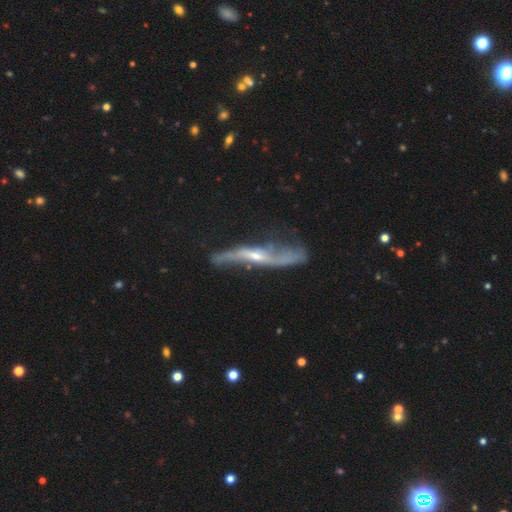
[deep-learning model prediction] featured or disk 83%, smooth 10%, star or artifact 7%. Down the decision tree: edge-on disk — yes (53%); merging — none (60%).